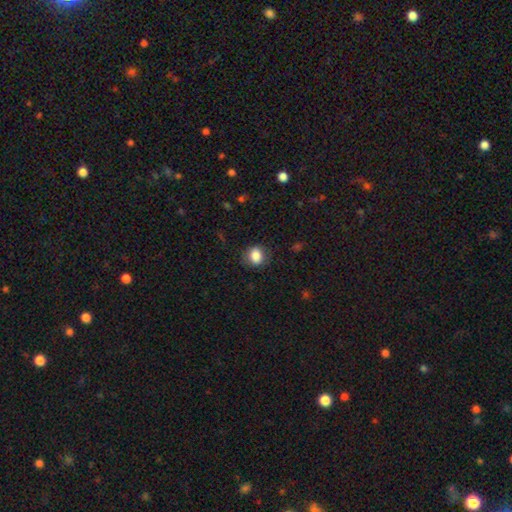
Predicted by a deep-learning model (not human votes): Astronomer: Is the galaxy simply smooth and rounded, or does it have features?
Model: smooth — 85%.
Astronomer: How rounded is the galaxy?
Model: round — 57% (runner-up: in between, 42%).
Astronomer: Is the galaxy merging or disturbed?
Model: none — 79%.